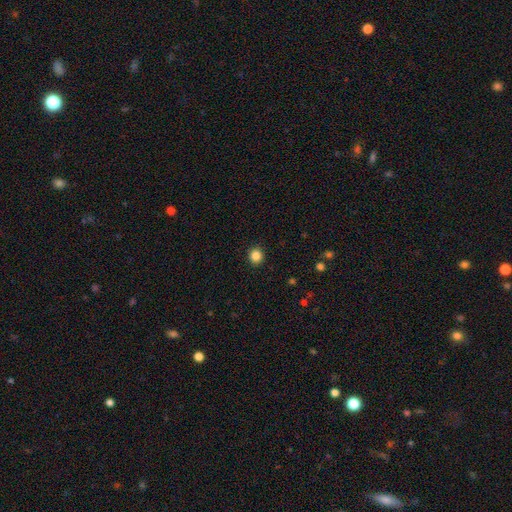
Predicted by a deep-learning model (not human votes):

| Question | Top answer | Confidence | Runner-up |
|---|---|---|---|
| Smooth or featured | smooth | 86% | star or artifact (11%) |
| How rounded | round | 86% | in between (13%) |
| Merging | none | 92% | minor disturbance (6%) |